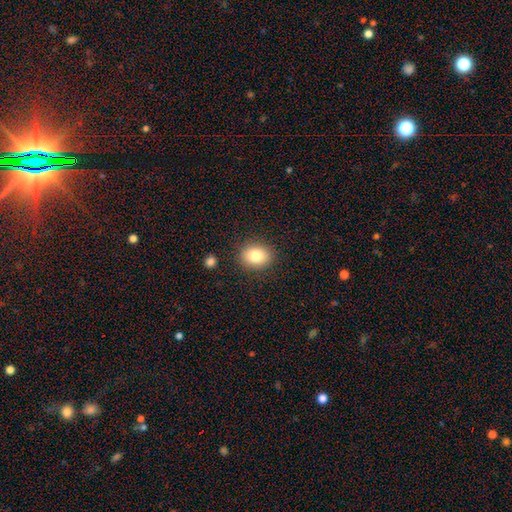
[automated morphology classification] Smooth or featured: smooth — 81% (star or artifact — 10%)
How rounded: round — 54% (in between — 45%)
Merging: none — 88% (minor disturbance — 8%)